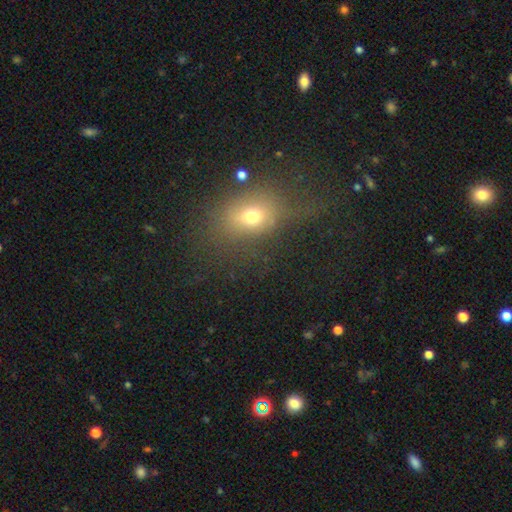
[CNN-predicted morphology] type=smooth (60%); roundness=in between (57%); merging=none (60%).